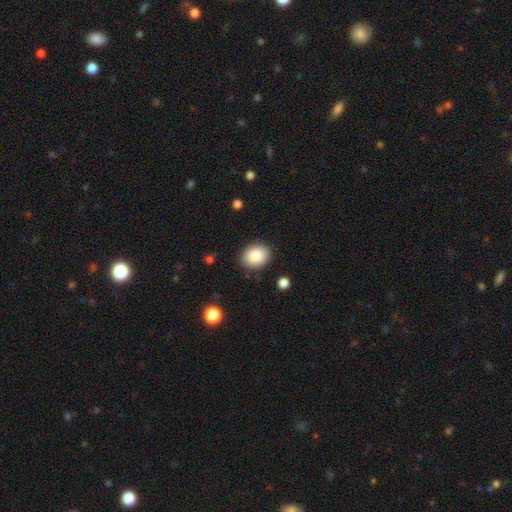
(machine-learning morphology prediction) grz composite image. It shows a smooth galaxy with no disk features (87%) that is in between round and cigar-shaped (51%). Merging: none (87%).